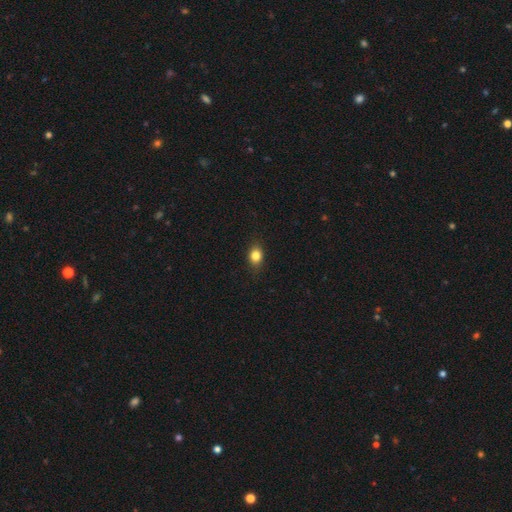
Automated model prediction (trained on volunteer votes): Smooth or featured? smooth (83%)
How rounded? in between (57%)
Merging? none (85%)